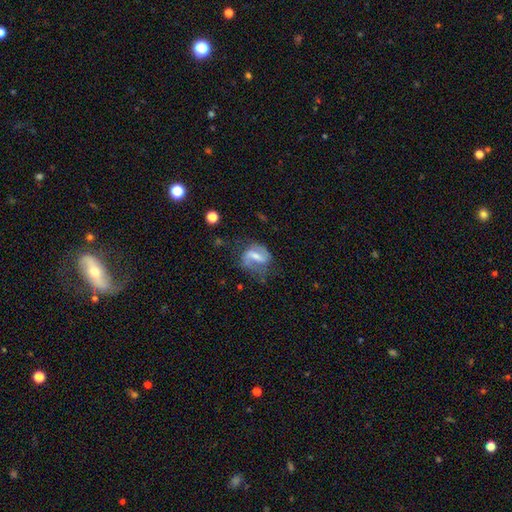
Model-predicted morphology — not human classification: Smooth or featured? featured or disk (75%)
Edge-on disk? no (97%)
Bar? strong (50%)
Spiral arms? yes (88%)
Spiral winding? medium (43%)
Spiral arm count? 2 (82%)
Bulge size? small (42%)
Merging? none (57%)